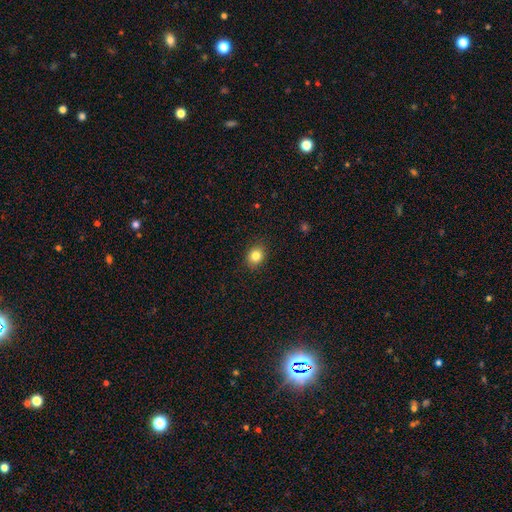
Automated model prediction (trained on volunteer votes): Smooth or featured?
  - smooth: 83% *
  - star or artifact: 11%
  - featured or disk: 7%
How rounded?
  - round: 60% *
  - in between: 39%
  - cigar-shaped: 1%
Merging?
  - none: 89% *
  - minor disturbance: 8%
  - major disturbance: 2%
  - merger: 1%